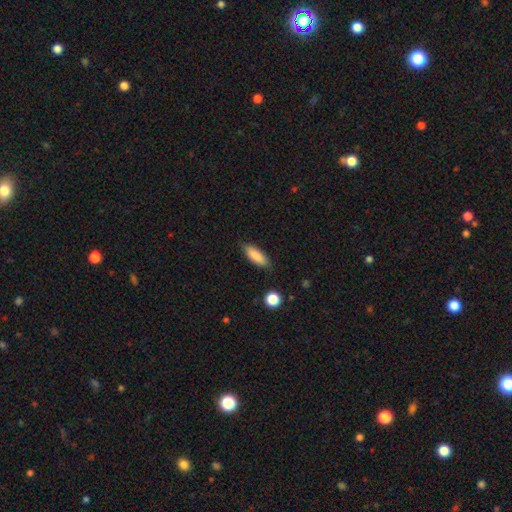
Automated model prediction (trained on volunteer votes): A smooth galaxy with no disk features (86%) that is in between round and cigar-shaped (65%). Merging: none (84%).